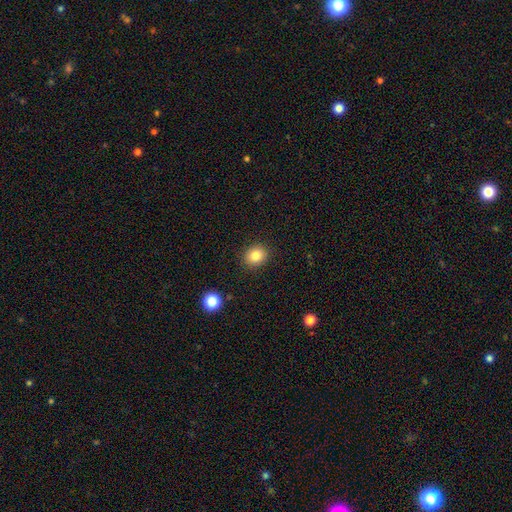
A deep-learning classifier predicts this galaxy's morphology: Q: Smooth or featured?
A: smooth (83%); runner-up: star or artifact (10%)
Q: How rounded?
A: round (69%); runner-up: in between (30%)
Q: Merging?
A: none (90%); runner-up: minor disturbance (7%)